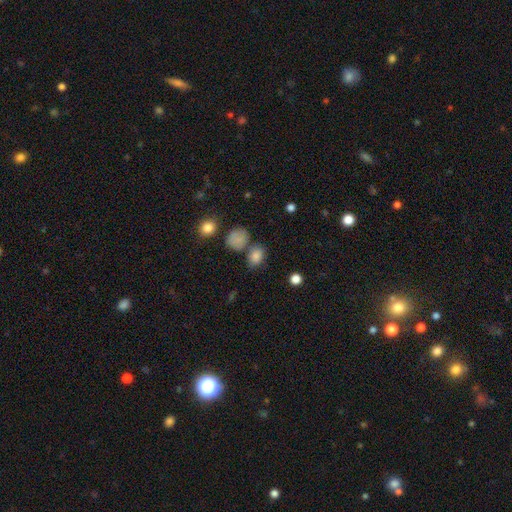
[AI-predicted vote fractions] Overall: smooth (83%). How rounded: in between (70%). Merging: none (63%).